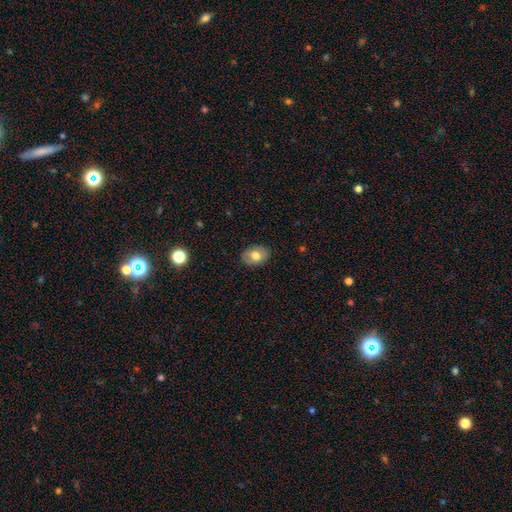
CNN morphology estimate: The model was most divided on "smooth or featured": smooth: 66%, featured or disk: 27%, star or artifact: 8%. More confident: merging — none (84%); how rounded — in between (76%).